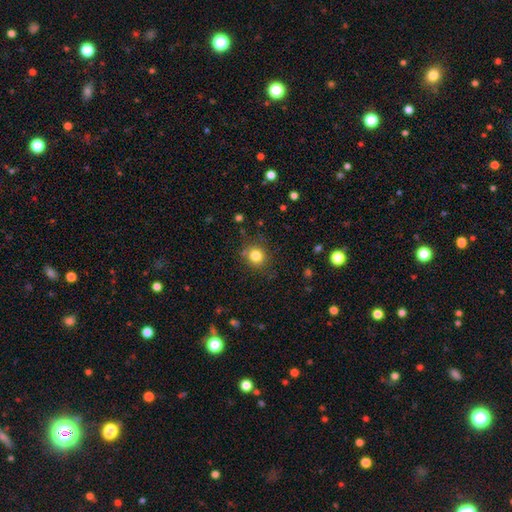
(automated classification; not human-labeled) A smooth galaxy with no disk features (81%) that is round (88%). Merging: none (83%).